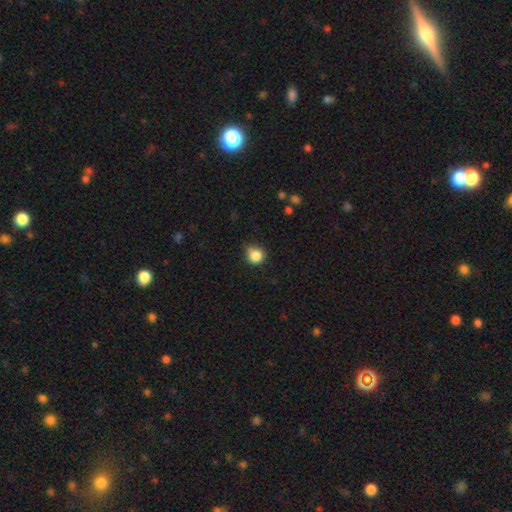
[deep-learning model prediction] Overall: smooth (84%). How rounded: round (88%). Merging: none (61%; minor disturbance 29%).